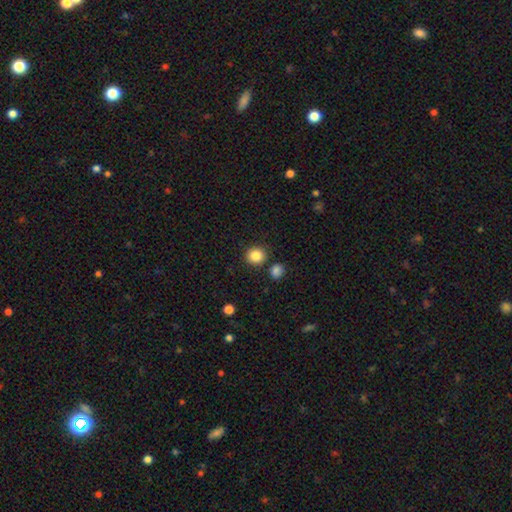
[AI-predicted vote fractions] smooth 86%, star or artifact 10%, featured or disk 4%. Down the decision tree: how rounded — round (89%); merging — none (86%).